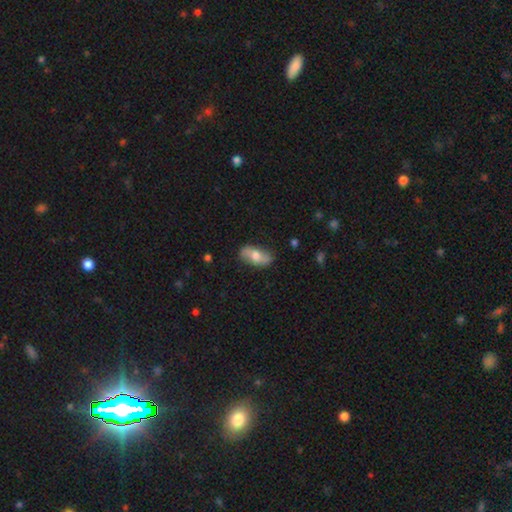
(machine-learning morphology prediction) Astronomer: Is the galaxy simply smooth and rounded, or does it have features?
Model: smooth — 55% (runner-up: featured or disk, 39%).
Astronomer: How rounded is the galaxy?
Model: in between — 88%.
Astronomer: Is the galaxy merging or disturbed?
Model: none — 80%.